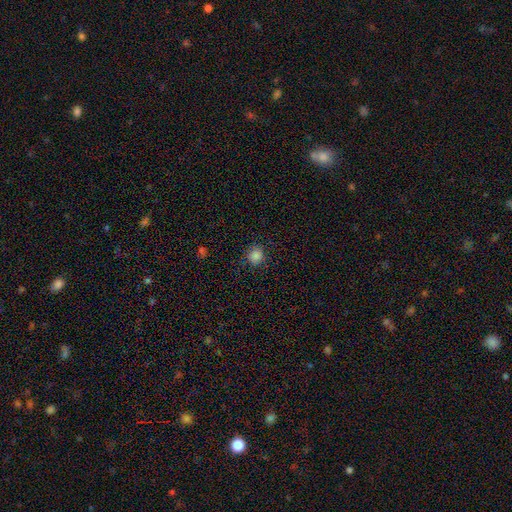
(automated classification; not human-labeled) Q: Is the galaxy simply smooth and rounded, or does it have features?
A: smooth — 84%.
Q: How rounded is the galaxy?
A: round — 88%.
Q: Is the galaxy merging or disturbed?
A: none — 83%.